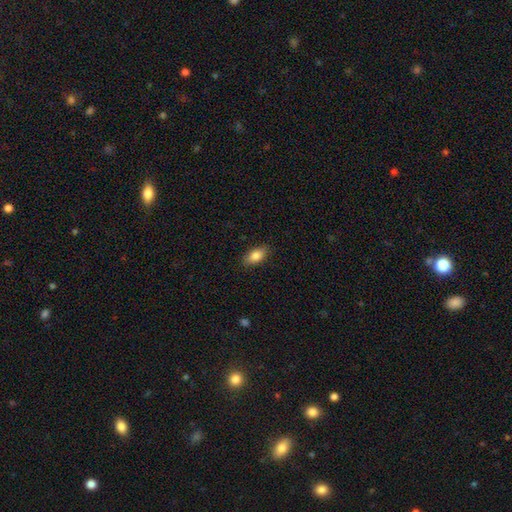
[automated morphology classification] type=smooth (85%); roundness=in between (89%); merging=none (87%).